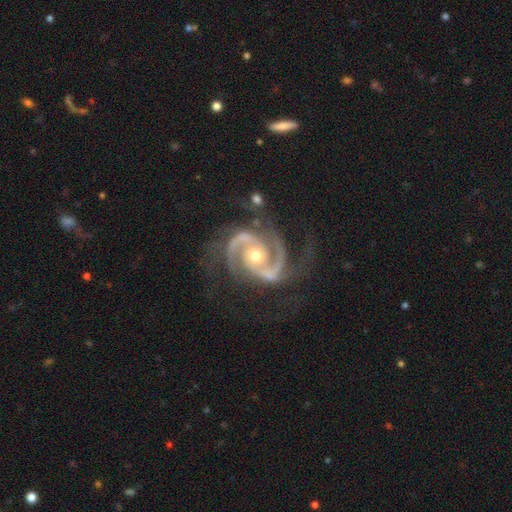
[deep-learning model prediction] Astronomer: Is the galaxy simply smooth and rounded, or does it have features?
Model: featured or disk — 94%.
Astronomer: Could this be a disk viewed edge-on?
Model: no — 98%.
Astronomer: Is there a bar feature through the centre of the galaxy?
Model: no — 65%.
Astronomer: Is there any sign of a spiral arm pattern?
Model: yes — 99%.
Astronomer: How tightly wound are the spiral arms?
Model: medium — 53% (runner-up: tight, 39%).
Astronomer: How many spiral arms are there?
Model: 2 — 80%.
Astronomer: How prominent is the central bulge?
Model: moderate — 68%.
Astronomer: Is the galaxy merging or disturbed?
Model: none — 70%.